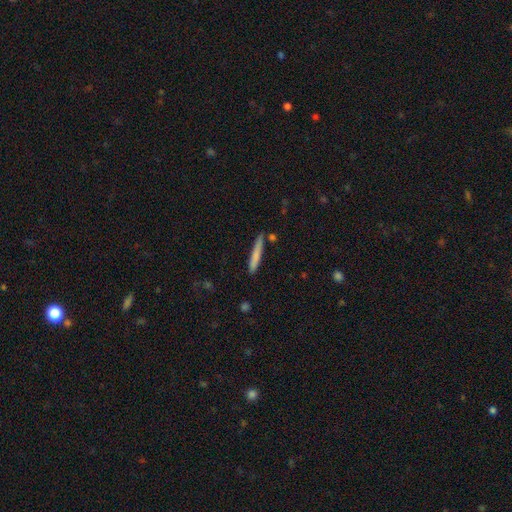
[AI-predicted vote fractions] smooth-or-featured: smooth: 74% | featured or disk: 20% | star or artifact: 6%
  how-rounded: cigar-shaped: 95% | in between: 4% | round: 1%
  merging: none: 82% | minor disturbance: 12% | merger: 4% | major disturbance: 2%